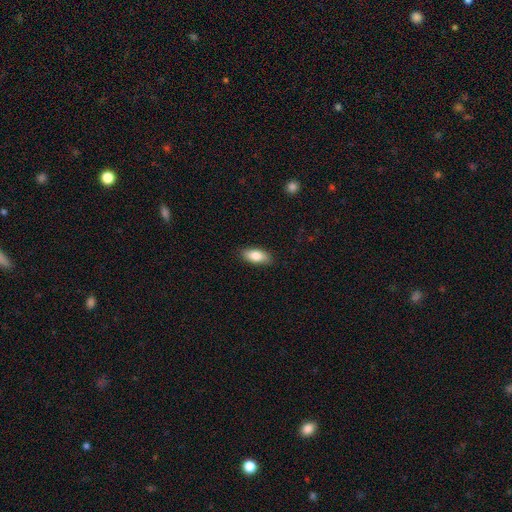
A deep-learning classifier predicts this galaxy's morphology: type=smooth (82%); roundness=in between (86%); merging=none (87%).